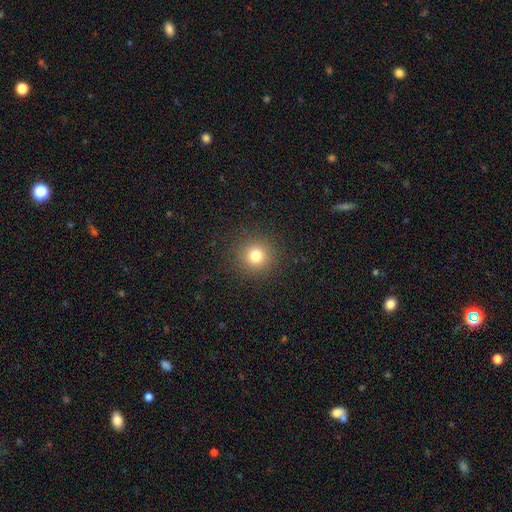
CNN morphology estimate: A smooth galaxy with no disk features (78%) that is round (94%).

Vote fractions:
- Smooth or featured? smooth: 78% / star or artifact: 15% / featured or disk: 7%
- How rounded? round: 94% / in between: 5% / cigar-shaped: 1%
- Merging? none: 91% / minor disturbance: 6% / major disturbance: 3% / merger: 1%